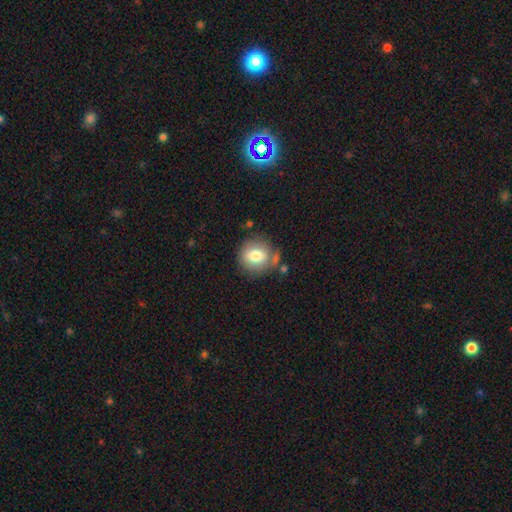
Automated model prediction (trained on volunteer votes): smooth_or_featured: smooth (p=0.76) [alt: featured or disk p=0.15]
how_rounded: round (p=0.84) [alt: in between p=0.15]
merging: none (p=0.72) [alt: minor disturbance p=0.16]